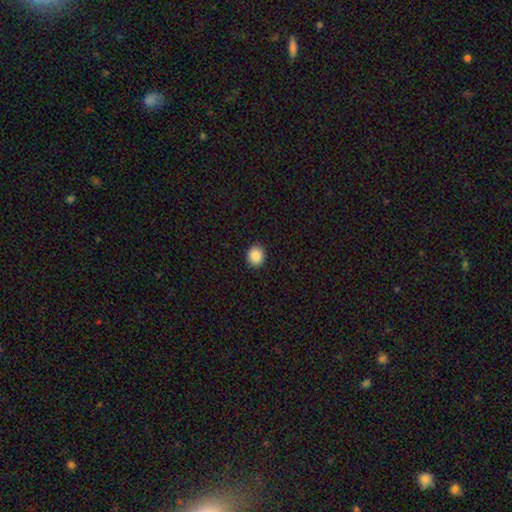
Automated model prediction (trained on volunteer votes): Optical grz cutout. It shows a smooth galaxy with no disk features (88%) that is round (77%). Merging: none (91%).